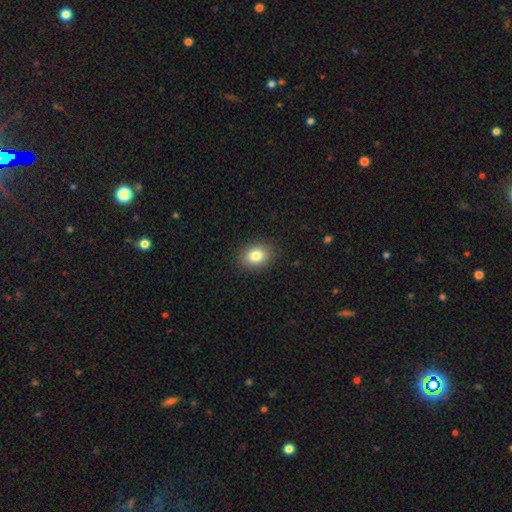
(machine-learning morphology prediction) Smooth or featured?
  - smooth: 83% *
  - star or artifact: 10%
  - featured or disk: 8%
How rounded?
  - in between: 61% *
  - round: 38%
  - cigar-shaped: 1%
Merging?
  - none: 88% *
  - minor disturbance: 8%
  - major disturbance: 2%
  - merger: 1%